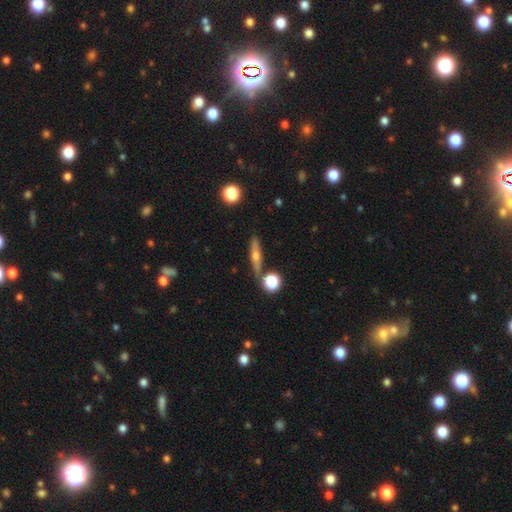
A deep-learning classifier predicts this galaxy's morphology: featured or disk 50%, smooth 41%, star or artifact 9%. Down the decision tree: edge-on disk — yes (89%); merging — none (78%).